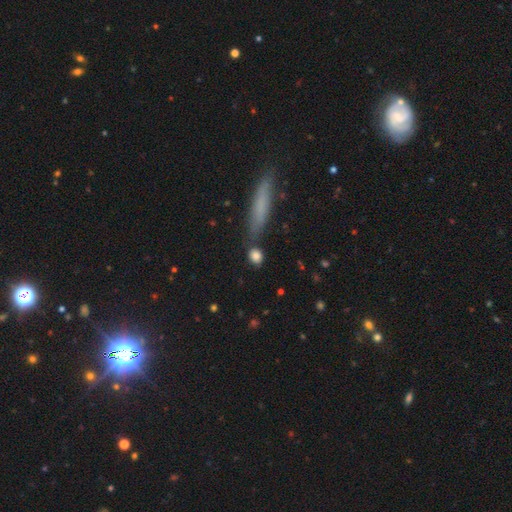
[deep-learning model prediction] This appears to be a smooth galaxy with no disk features (85%) that is round (50%). Merging: none (72%).